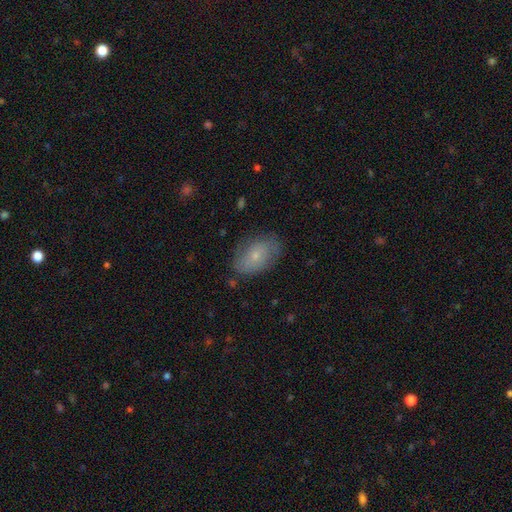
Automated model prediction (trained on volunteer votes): Smooth or featured: smooth — 62% (featured or disk — 30%)
How rounded: in between — 88% (round — 10%)
Merging: none — 74% (minor disturbance — 19%)